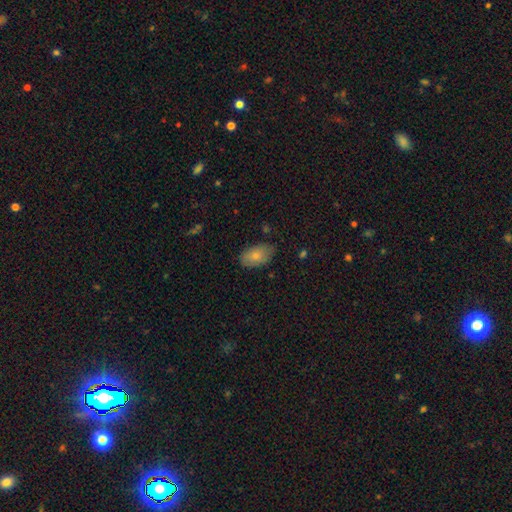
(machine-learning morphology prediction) The model was most divided on "merging": none: 76%, minor disturbance: 19%, major disturbance: 3%, merger: 1%. More confident: how rounded — in between (93%); smooth or featured — smooth (79%).